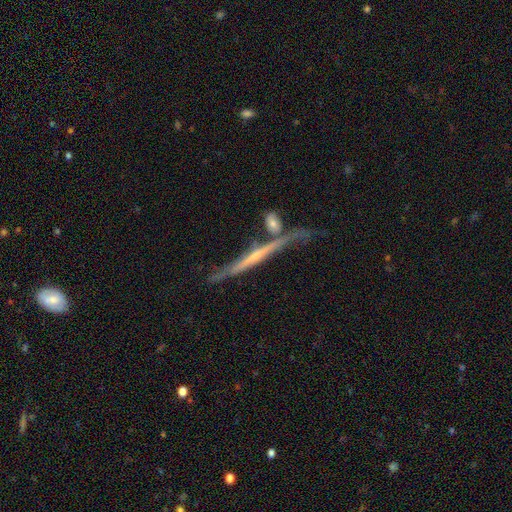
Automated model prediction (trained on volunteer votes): A featured or disk galaxy (77%) viewed edge-on (96%) with no central bulge (48%).

Vote fractions:
- Smooth or featured? featured or disk: 77% / smooth: 16% / star or artifact: 6%
- Edge-on disk? yes: 96% / no: 4%
- Edge-on bulge? none: 48% / rounded: 43% / boxy: 9%
- Merging? none: 63% / merger: 17% / minor disturbance: 15% / major disturbance: 5%